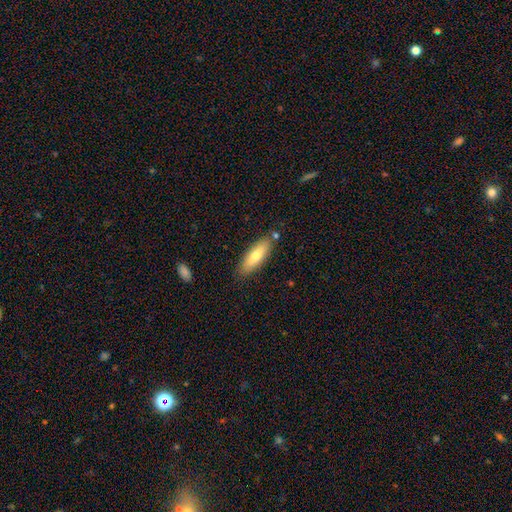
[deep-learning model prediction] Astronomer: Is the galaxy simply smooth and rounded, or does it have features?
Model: smooth — 69%.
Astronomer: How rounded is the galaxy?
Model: in between — 51% (runner-up: cigar-shaped, 47%).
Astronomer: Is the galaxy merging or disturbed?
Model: none — 81%.